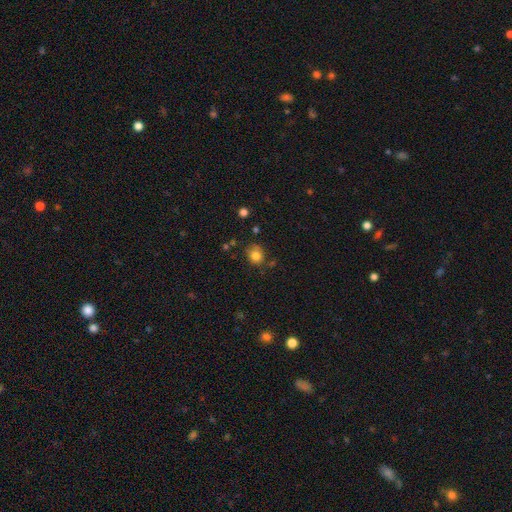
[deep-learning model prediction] smooth_or_featured: smooth (p=0.81) [alt: star or artifact p=0.11]
how_rounded: round (p=0.72) [alt: in between p=0.27]
merging: none (p=0.64) [alt: minor disturbance p=0.24]